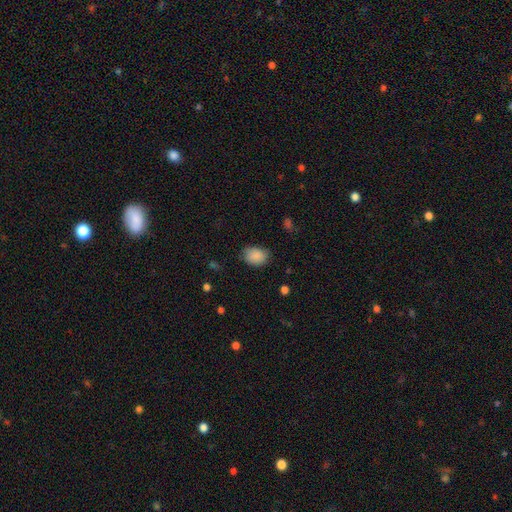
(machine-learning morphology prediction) Overall: smooth (87%). How rounded: in between (73%). Merging: none (74%).